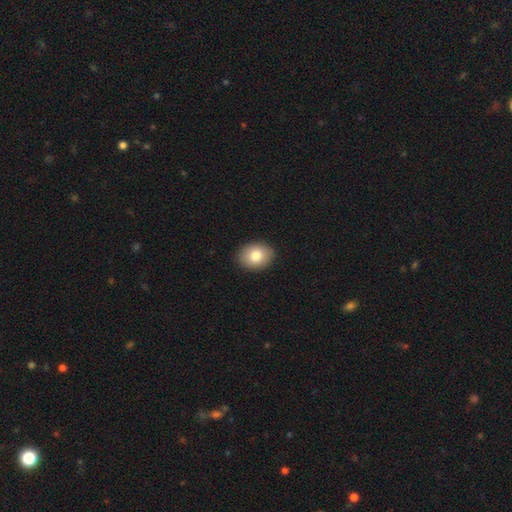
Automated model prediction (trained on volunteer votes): smooth_or_featured: smooth (p=0.81) [alt: featured or disk p=0.11]
how_rounded: in between (p=0.64) [alt: round p=0.35]
merging: none (p=0.91) [alt: minor disturbance p=0.07]